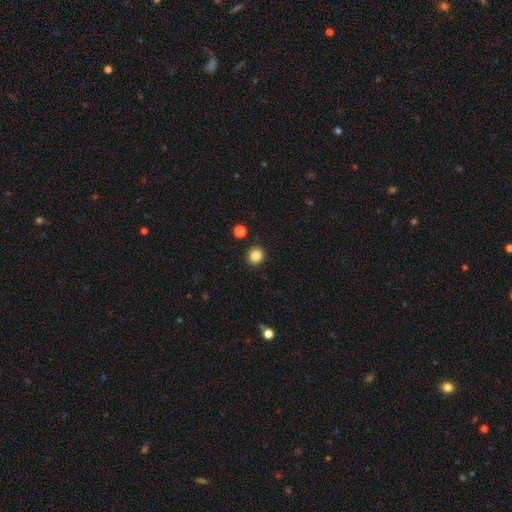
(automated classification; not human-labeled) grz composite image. It shows a smooth galaxy with no disk features (85%) that is round (87%). Merging: none (91%).